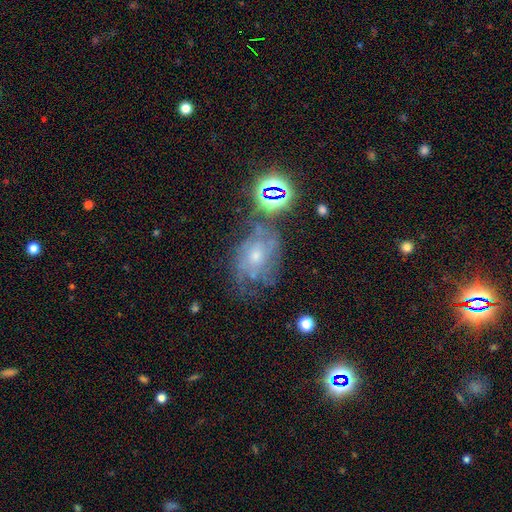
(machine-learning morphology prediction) Smooth or featured? featured or disk (60%)
Edge-on disk? no (96%)
Bar? no (77%)
Spiral arms? yes (76%)
Bulge size? small (45%, tied with moderate)
Merging? none (48%)